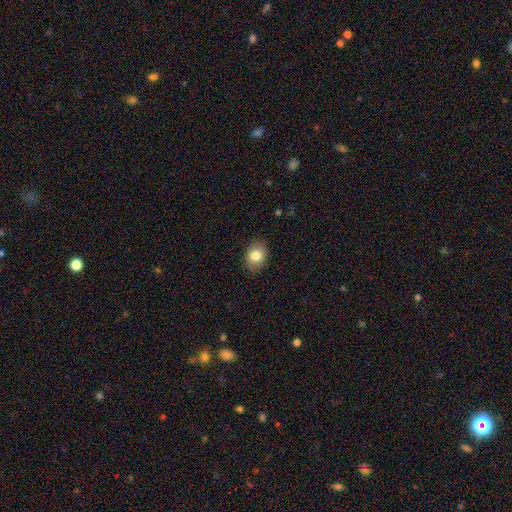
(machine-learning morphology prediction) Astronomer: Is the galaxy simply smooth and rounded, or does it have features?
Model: smooth — 82%.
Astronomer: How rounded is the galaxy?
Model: in between — 60% (runner-up: round, 39%).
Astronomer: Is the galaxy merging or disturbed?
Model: none — 86%.